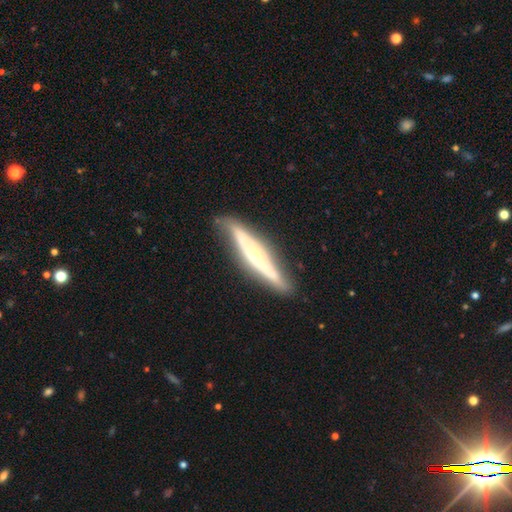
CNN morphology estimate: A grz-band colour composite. It shows a featured or disk galaxy (71%) viewed edge-on (74%) with a rounded central bulge (73%). Merging: none (74%).